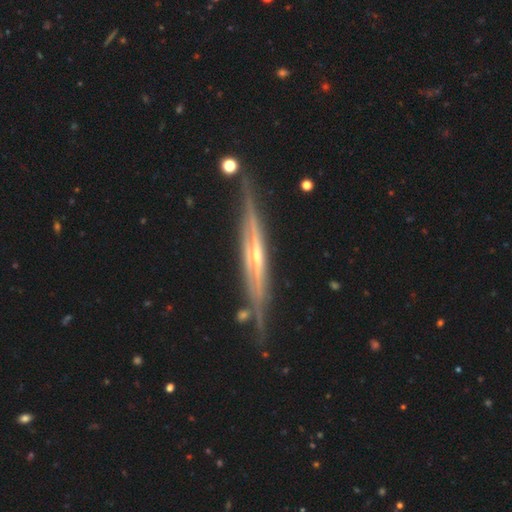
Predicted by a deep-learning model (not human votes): This appears to be a featured or disk galaxy (84%) viewed edge-on (93%) with a rounded central bulge (56%). Merging: none (78%).